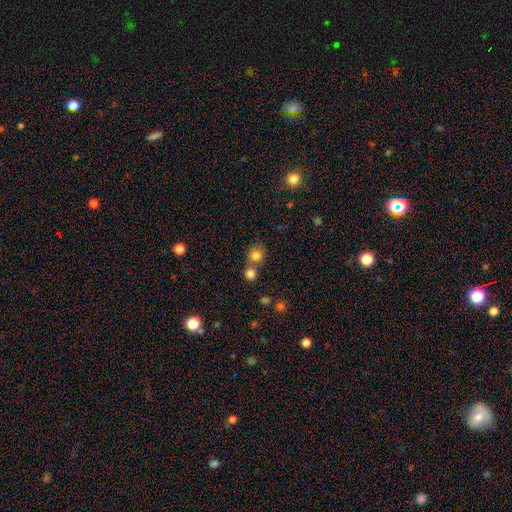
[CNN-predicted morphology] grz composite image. It shows a smooth galaxy with no disk features (80%) that is round (87%). Merging: none (56%).